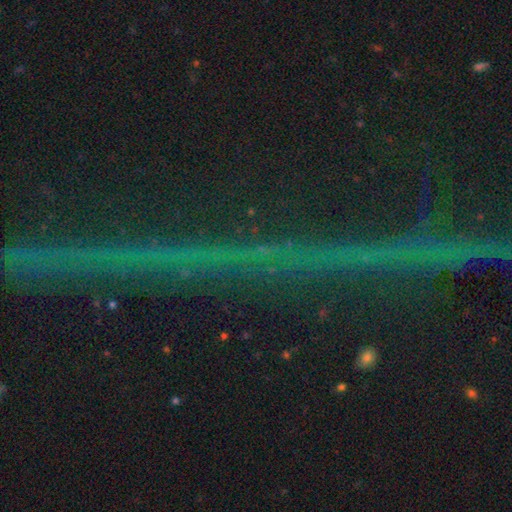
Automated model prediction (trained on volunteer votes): Morphology: type=star or artifact (83%).